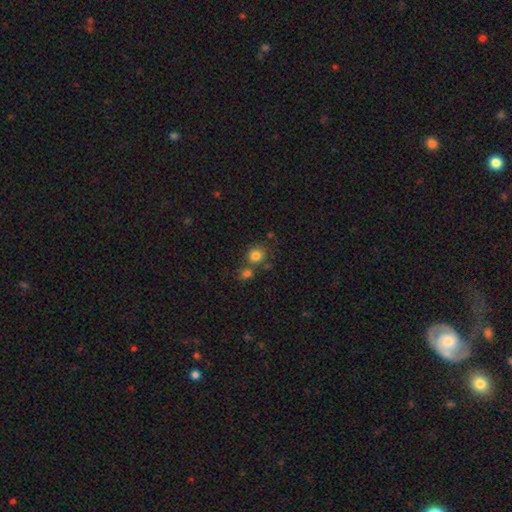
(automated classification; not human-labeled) Q: Smooth or featured?
A: smooth (81%); runner-up: star or artifact (13%)
Q: How rounded?
A: round (80%); runner-up: in between (19%)
Q: Merging?
A: none (62%); runner-up: merger (24%)